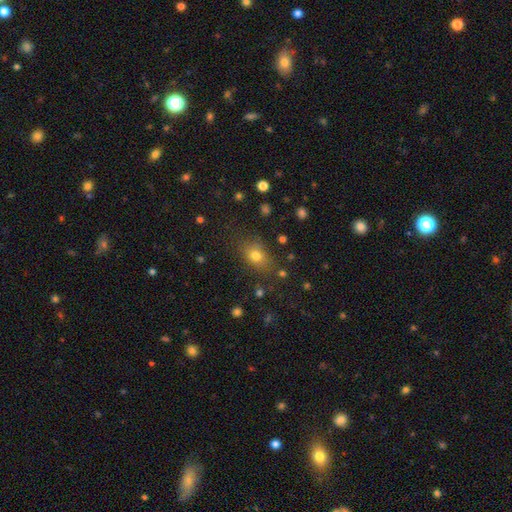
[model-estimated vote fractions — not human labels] Smooth or featured?
  - smooth: 75% *
  - star or artifact: 16%
  - featured or disk: 10%
How rounded?
  - in between: 64% *
  - round: 33%
  - cigar-shaped: 3%
Merging?
  - none: 77% *
  - minor disturbance: 15%
  - major disturbance: 5%
  - merger: 3%